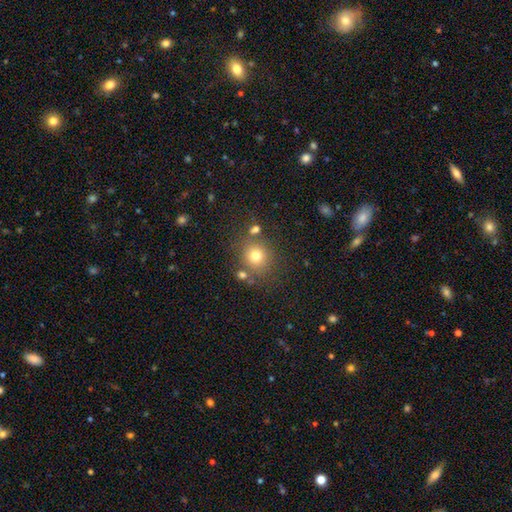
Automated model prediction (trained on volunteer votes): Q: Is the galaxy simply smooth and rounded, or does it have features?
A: smooth — 74%.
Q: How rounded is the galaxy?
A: round — 86%.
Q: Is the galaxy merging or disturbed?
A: none — 75%.